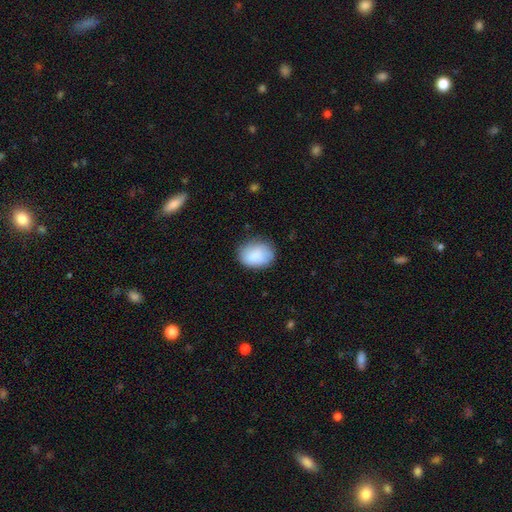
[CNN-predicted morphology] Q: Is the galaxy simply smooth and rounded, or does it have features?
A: smooth — 87%.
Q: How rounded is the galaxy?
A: in between — 62%.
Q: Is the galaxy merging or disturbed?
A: none — 77%.